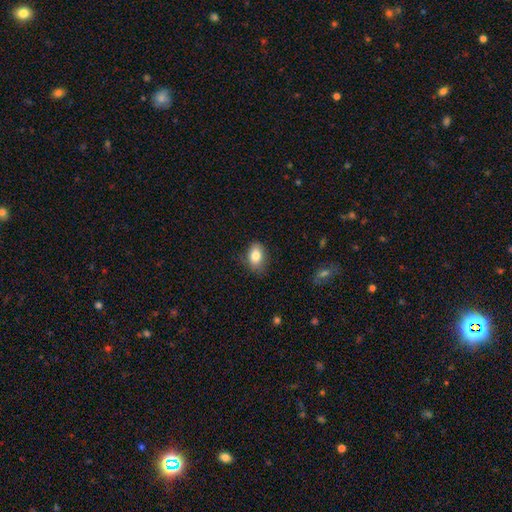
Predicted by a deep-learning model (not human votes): Q: Smooth or featured?
A: smooth (82%); runner-up: featured or disk (9%)
Q: How rounded?
A: in between (80%); runner-up: round (18%)
Q: Merging?
A: none (76%); runner-up: minor disturbance (19%)